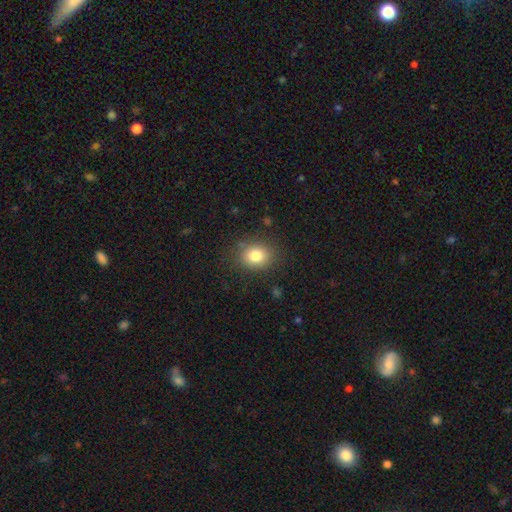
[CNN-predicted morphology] Overall: smooth (81%). How rounded: round (58%; in between 41%). Merging: none (83%).